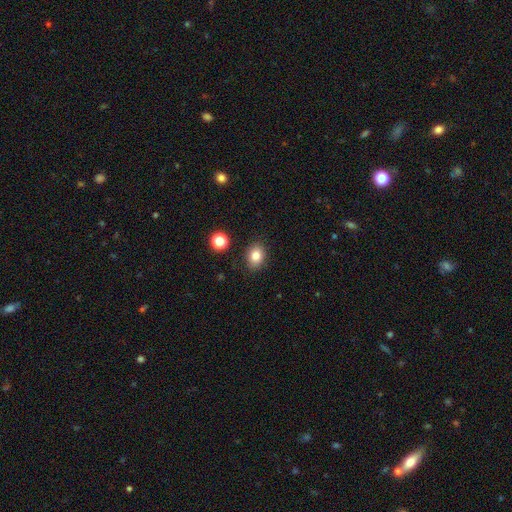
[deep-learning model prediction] This is clearly a smooth galaxy (82%). How rounded: possibly in between (54%). Merging: clearly none (86%).